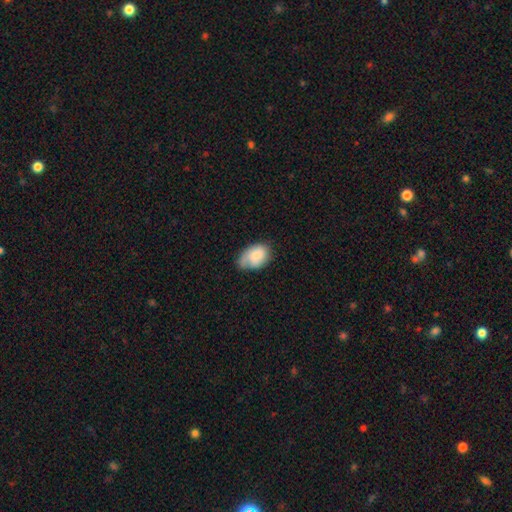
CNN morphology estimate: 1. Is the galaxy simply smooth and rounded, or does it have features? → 76% smooth, 17% featured or disk, 7% star or artifact.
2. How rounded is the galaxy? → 86% in between, 12% round, 1% cigar-shaped.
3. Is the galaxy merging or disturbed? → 45% none, 39% minor disturbance, 14% major disturbance, 3% merger.